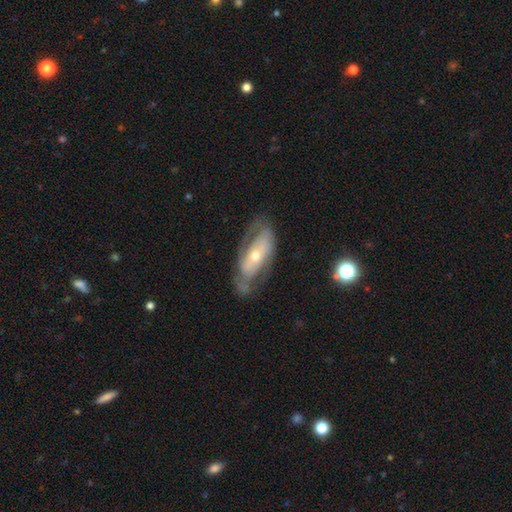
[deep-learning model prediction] Q: Smooth or featured?
A: featured or disk (69%); runner-up: smooth (24%)
Q: Edge-on disk?
A: no (87%); runner-up: yes (13%)
Q: Bar?
A: no (60%); runner-up: weak (22%)
Q: Spiral arms?
A: yes (59%); runner-up: no (41%)
Q: Bulge size?
A: small (52%); runner-up: moderate (43%)
Q: Merging?
A: none (61%); runner-up: minor disturbance (21%)